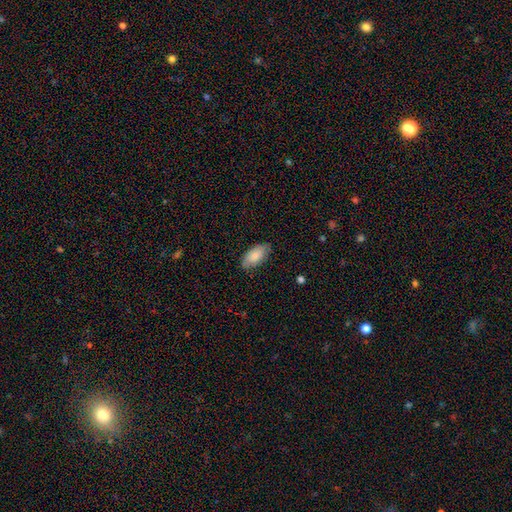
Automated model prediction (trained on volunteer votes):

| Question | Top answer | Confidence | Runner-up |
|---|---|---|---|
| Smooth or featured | smooth | 84% | featured or disk (10%) |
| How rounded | in between | 93% | cigar-shaped (5%) |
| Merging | none | 80% | minor disturbance (16%) |